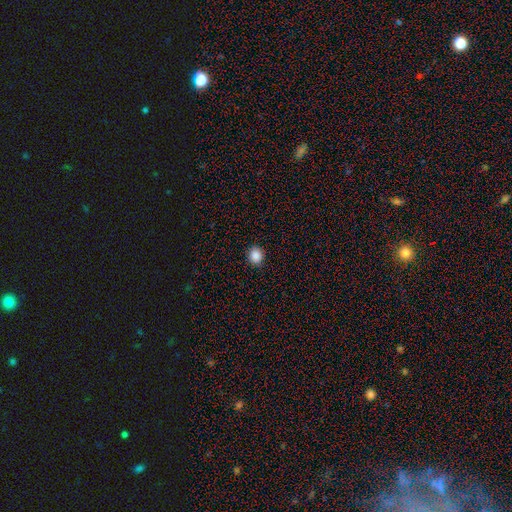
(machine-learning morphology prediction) Smooth or featured: smooth — 87% (star or artifact — 10%)
How rounded: round — 73% (in between — 26%)
Merging: none — 90% (minor disturbance — 7%)